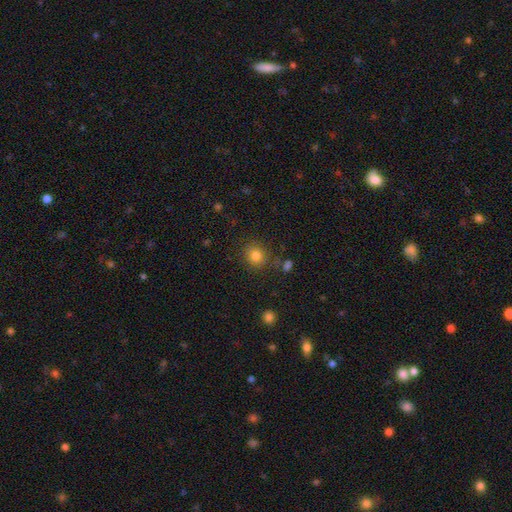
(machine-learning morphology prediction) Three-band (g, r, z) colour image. It shows a smooth galaxy with no disk features (82%) that is round (87%). Merging: none (84%).